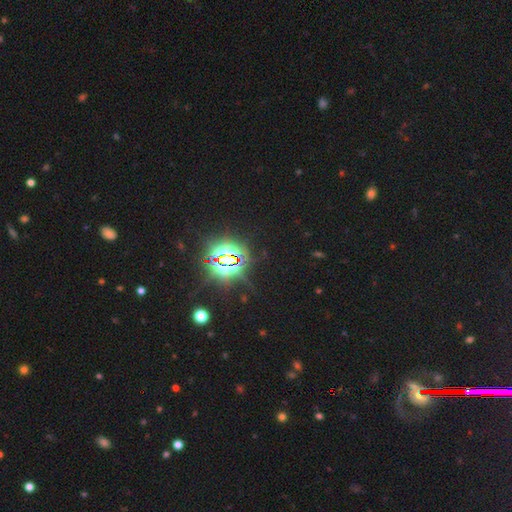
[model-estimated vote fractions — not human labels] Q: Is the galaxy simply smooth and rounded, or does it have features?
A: star or artifact — 83%.